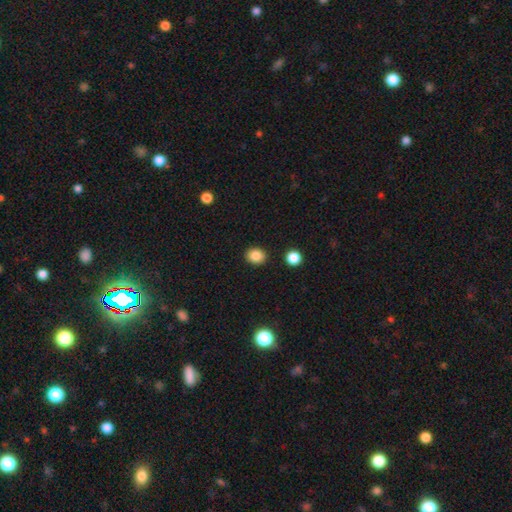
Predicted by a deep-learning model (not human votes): Morphology: type=smooth (86%); roundness=round (66%); merging=none (89%).